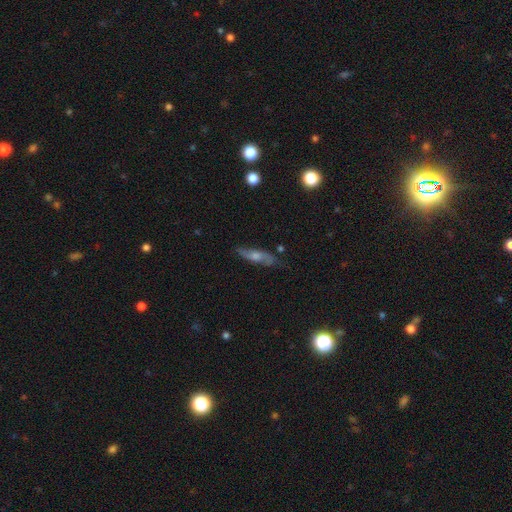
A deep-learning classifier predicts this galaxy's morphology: type=featured or disk (60%); edge-on=no (52%); merging=none (78%).